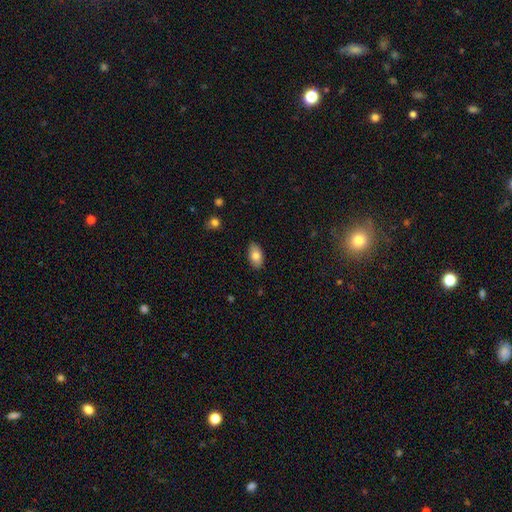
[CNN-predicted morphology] Smooth or featured? Predicted: smooth (p=0.81). How rounded? Predicted: in between (p=0.93). Merging? Predicted: none (p=0.87).